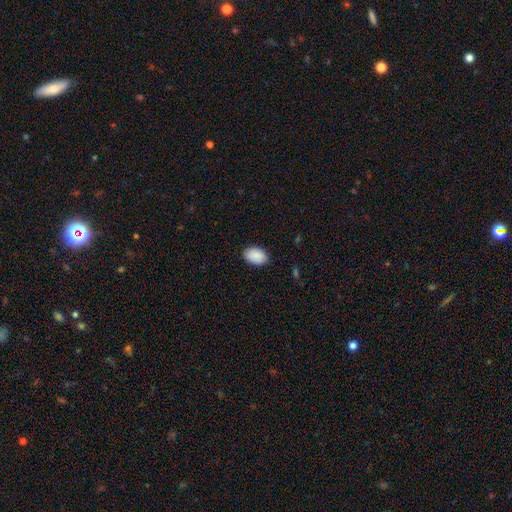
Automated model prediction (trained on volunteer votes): Smooth or featured?
  - smooth: 90% *
  - star or artifact: 6%
  - featured or disk: 4%
How rounded?
  - in between: 90% *
  - round: 9%
  - cigar-shaped: 1%
Merging?
  - none: 87% *
  - minor disturbance: 10%
  - major disturbance: 2%
  - merger: 1%